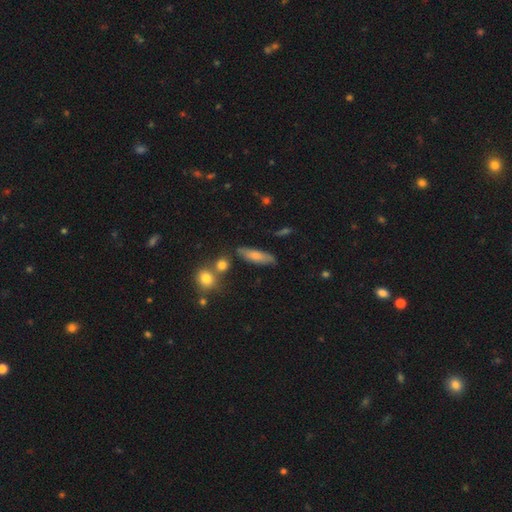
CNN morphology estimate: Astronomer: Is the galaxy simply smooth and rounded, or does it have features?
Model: smooth — 72%.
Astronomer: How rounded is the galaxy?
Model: cigar-shaped — 52% (runner-up: in between, 45%).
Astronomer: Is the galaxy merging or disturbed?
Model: none — 75%.